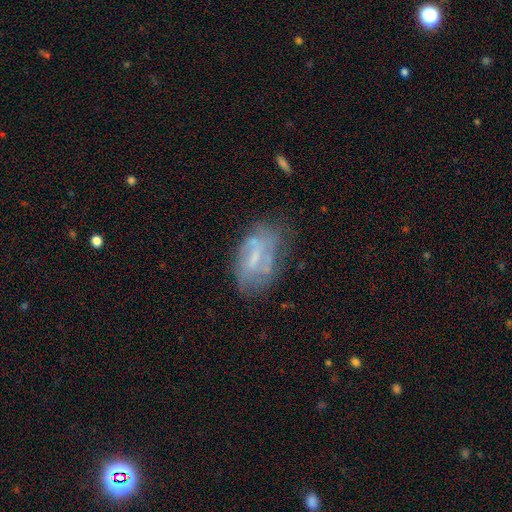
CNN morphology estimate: Overall: featured or disk (61%; smooth 29%). Edge-on disk: no (95%). Bar: weak (50%; no 32%). Spiral arms: yes (58%; no 42%). Bulge size: small (47%; none 27%). Merging: none (56%; minor disturbance 26%).